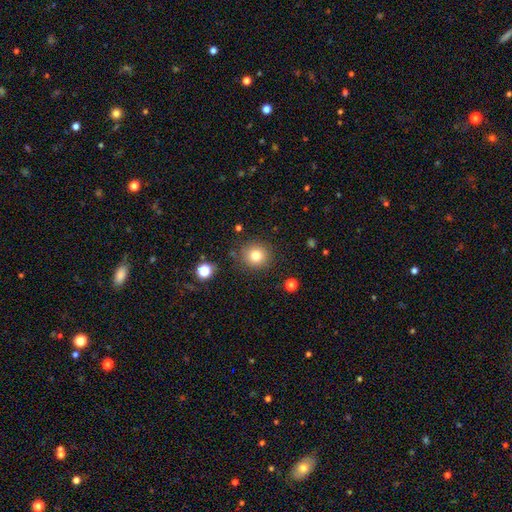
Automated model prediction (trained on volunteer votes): smooth_or_featured: smooth (p=0.80) [alt: star or artifact p=0.12]
how_rounded: round (p=0.89) [alt: in between p=0.10]
merging: none (p=0.85) [alt: minor disturbance p=0.09]